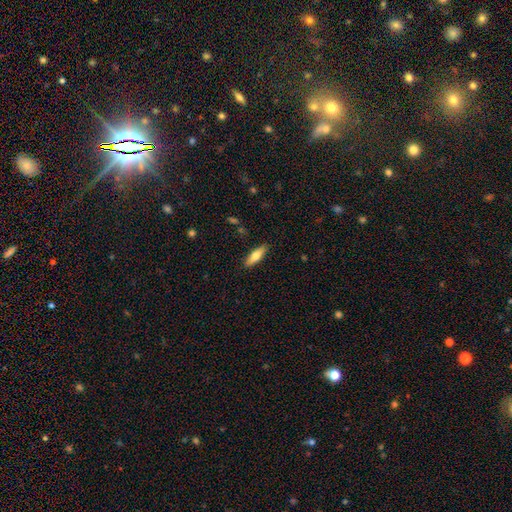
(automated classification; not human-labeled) A smooth galaxy with no disk features (68%) that is cigar-shaped (54%). Merging: none (89%).